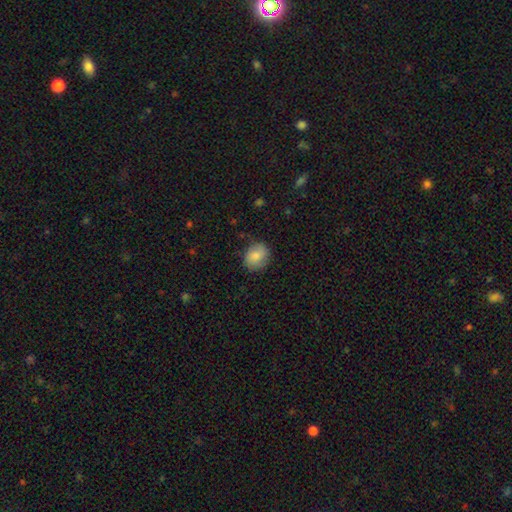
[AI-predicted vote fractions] smooth 79%, featured or disk 13%, star or artifact 7%. Down the decision tree: how rounded — round (67%); merging — none (79%).